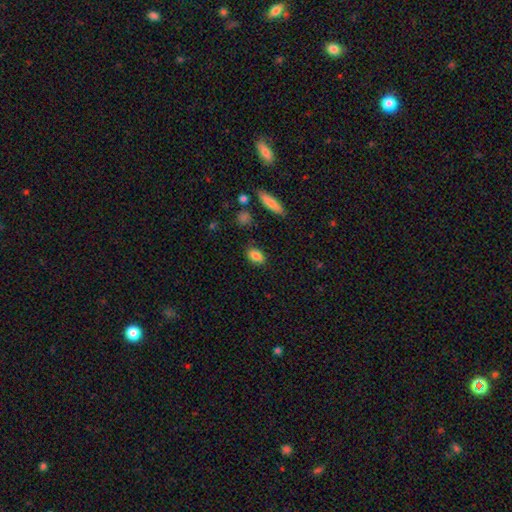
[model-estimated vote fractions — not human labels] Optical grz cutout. It shows a smooth galaxy with no disk features (86%) that is in between round and cigar-shaped (85%). Merging: none (85%).